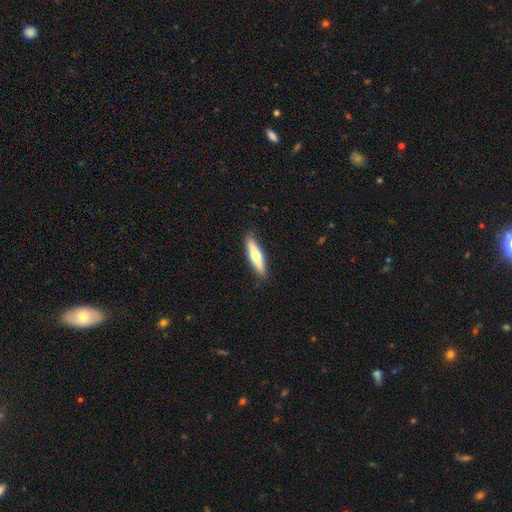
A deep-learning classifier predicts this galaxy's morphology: Smooth or featured? Predicted: smooth (p=0.51). How rounded? Predicted: cigar-shaped (p=0.76). Merging? Predicted: none (p=0.89).